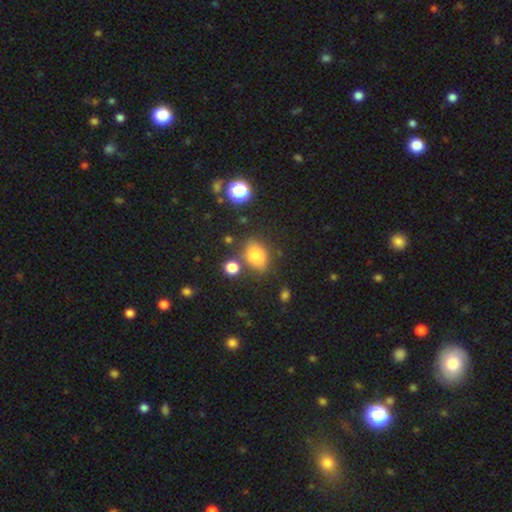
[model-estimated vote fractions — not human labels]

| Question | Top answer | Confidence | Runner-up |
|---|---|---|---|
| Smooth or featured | smooth | 78% | star or artifact (14%) |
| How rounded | in between | 73% | round (25%) |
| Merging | none | 63% | minor disturbance (20%) |